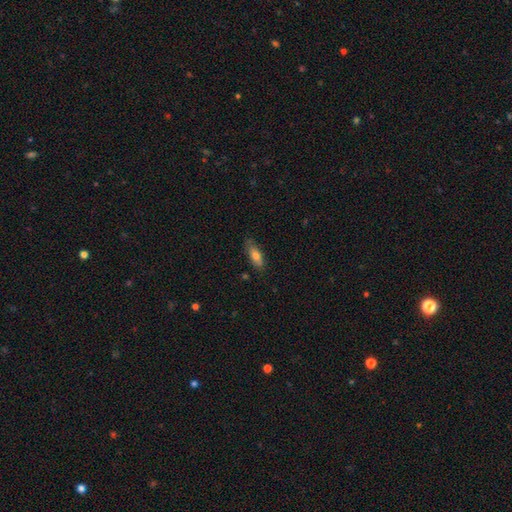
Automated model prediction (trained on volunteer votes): Morphology: type=smooth (73%); roundness=in between (70%); merging=none (75%).